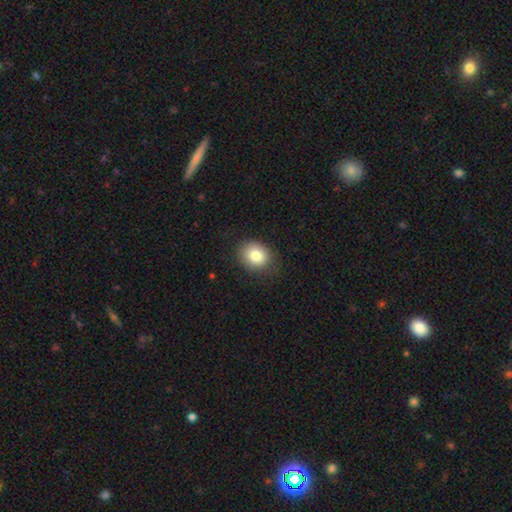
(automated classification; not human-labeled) Morphology: type=smooth (82%); roundness=round (54%); merging=none (82%).